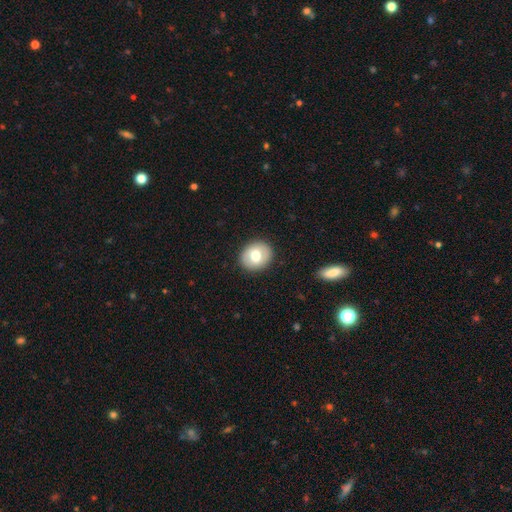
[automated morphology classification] Smooth or featured? smooth (69%)
How rounded? round (70%)
Merging? none (90%)